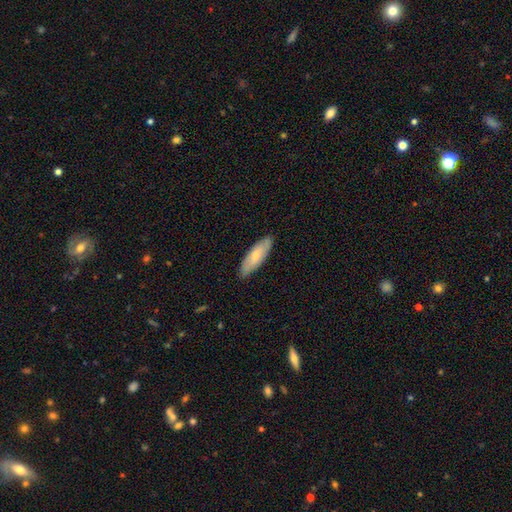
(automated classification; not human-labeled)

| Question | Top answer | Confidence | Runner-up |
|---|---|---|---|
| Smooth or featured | smooth | 68% | featured or disk (27%) |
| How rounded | in between | 57% | cigar-shaped (41%) |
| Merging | none | 86% | minor disturbance (12%) |